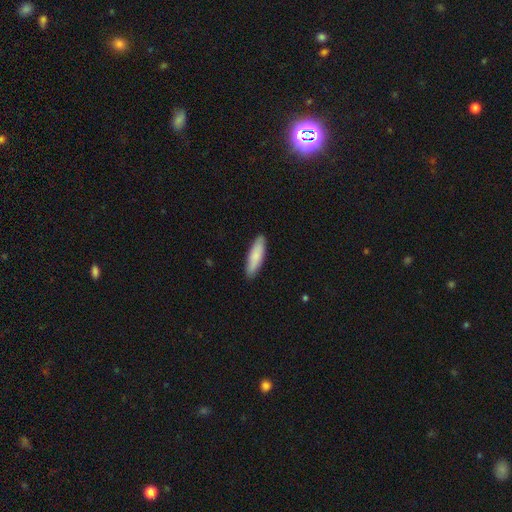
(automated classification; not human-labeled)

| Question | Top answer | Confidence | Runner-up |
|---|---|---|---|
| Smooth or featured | smooth | 84% | featured or disk (11%) |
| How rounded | cigar-shaped | 64% | in between (34%) |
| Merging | none | 89% | minor disturbance (8%) |